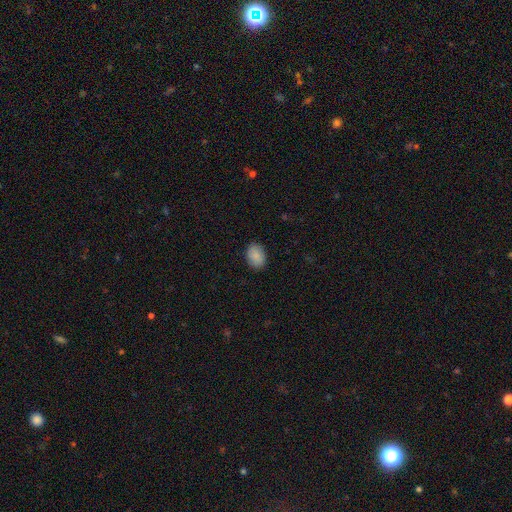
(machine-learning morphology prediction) smooth 89%, star or artifact 7%, featured or disk 4%. Down the decision tree: how rounded — in between (78%); merging — none (89%).